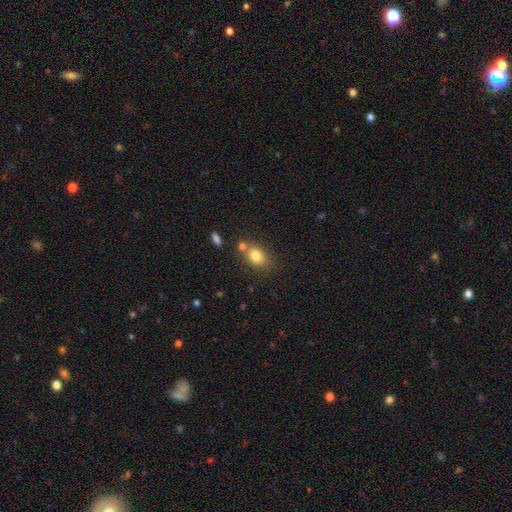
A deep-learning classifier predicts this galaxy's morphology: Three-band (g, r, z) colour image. It shows a smooth galaxy with no disk features (81%) that is in between round and cigar-shaped (67%). Merging: none (62%).